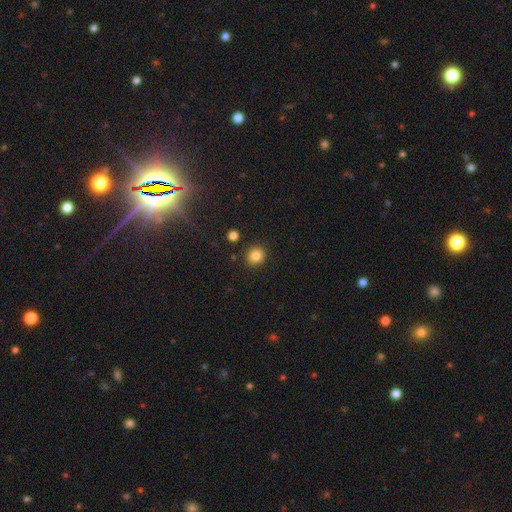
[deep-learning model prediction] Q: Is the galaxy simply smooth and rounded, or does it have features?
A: smooth — 84%.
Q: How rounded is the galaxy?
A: round — 88%.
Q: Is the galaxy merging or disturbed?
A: none — 89%.